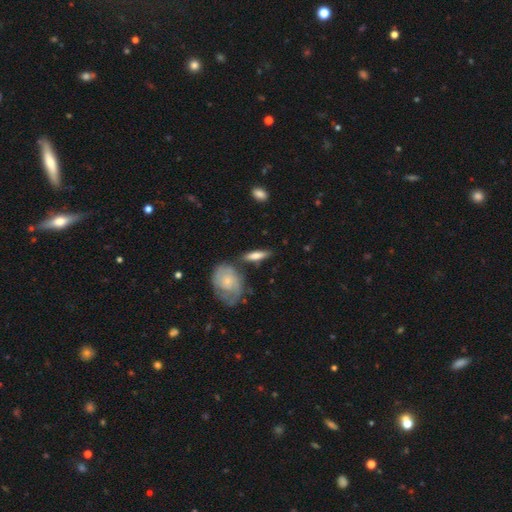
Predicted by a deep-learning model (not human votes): smooth-or-featured: smooth: 54% | featured or disk: 39% | star or artifact: 6%
  how-rounded: cigar-shaped: 52% | in between: 43% | round: 5%
  merging: none: 70% | minor disturbance: 15% | merger: 10% | major disturbance: 5%